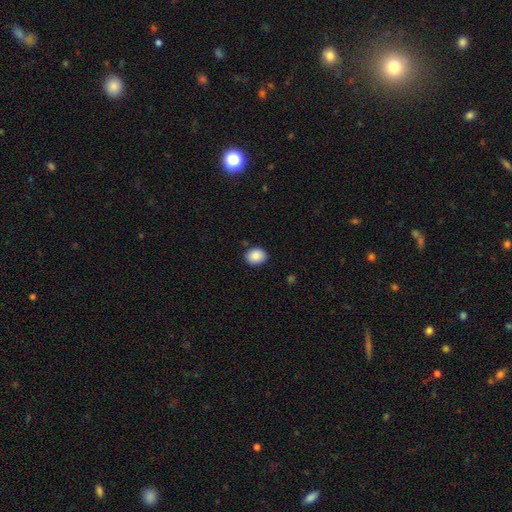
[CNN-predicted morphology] Smooth or featured: smooth — 88% (star or artifact — 8%)
How rounded: round — 56% (in between — 43%)
Merging: none — 87% (minor disturbance — 10%)